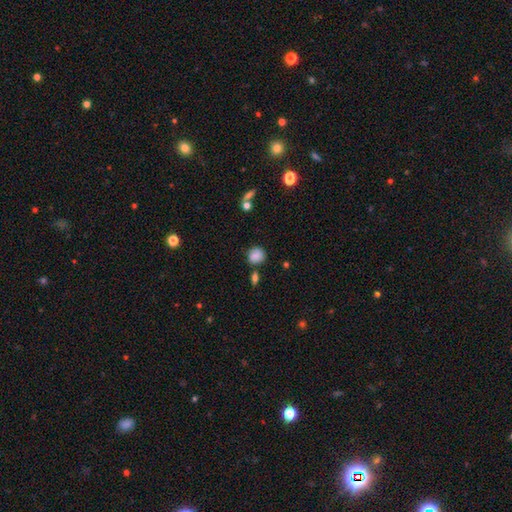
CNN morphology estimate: Overall: smooth (85%). How rounded: round (82%). Merging: none (70%).